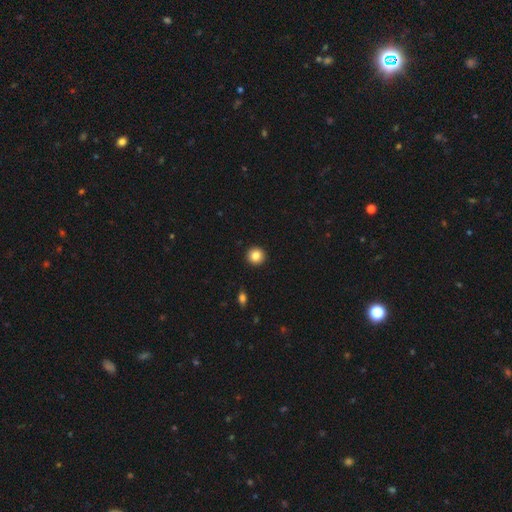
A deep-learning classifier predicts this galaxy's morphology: Smooth or featured? smooth (84%)
How rounded? round (94%)
Merging? none (94%)